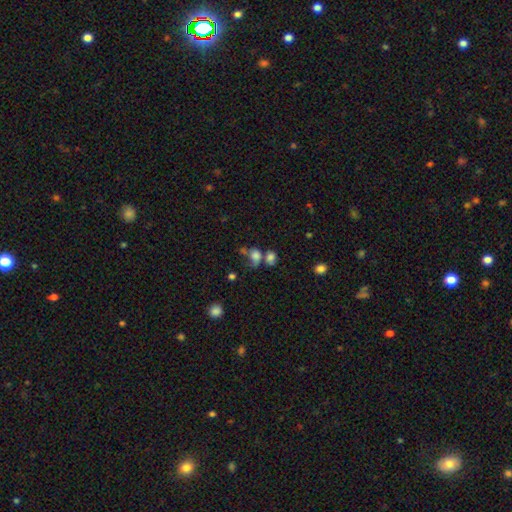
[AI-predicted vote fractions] This is likely a smooth galaxy (72%). How rounded: possibly in between (50%). Merging: marginally merger (43%).